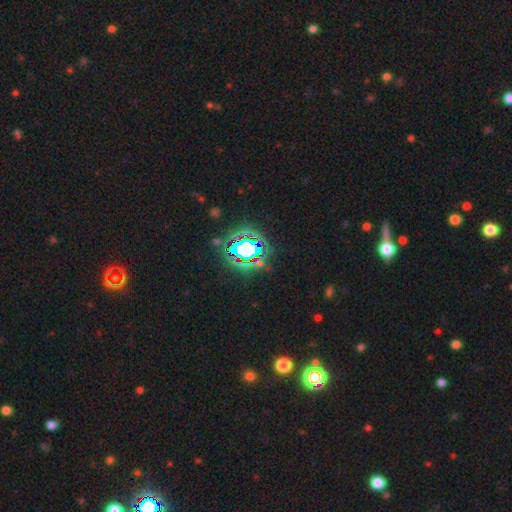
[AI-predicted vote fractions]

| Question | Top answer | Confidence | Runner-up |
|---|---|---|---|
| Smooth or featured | star or artifact | 82% | smooth (11%) |